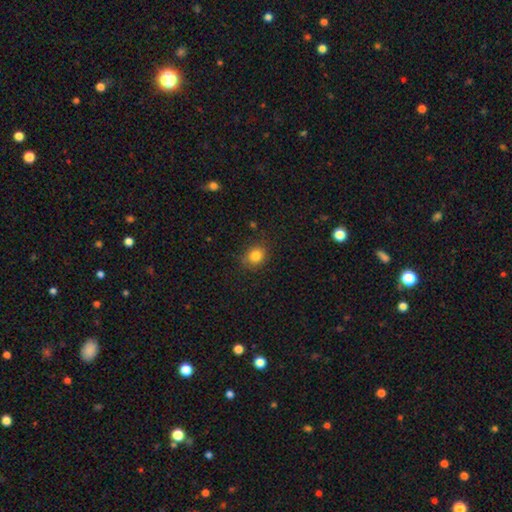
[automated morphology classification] Overall: smooth (83%). How rounded: round (69%; in between 30%). Merging: none (82%).